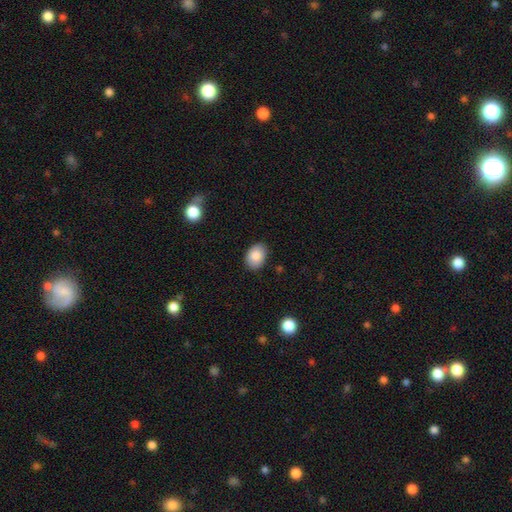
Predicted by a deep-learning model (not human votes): This appears to be a smooth galaxy with no disk features (85%) that is in between round and cigar-shaped (78%). Merging: none (85%).